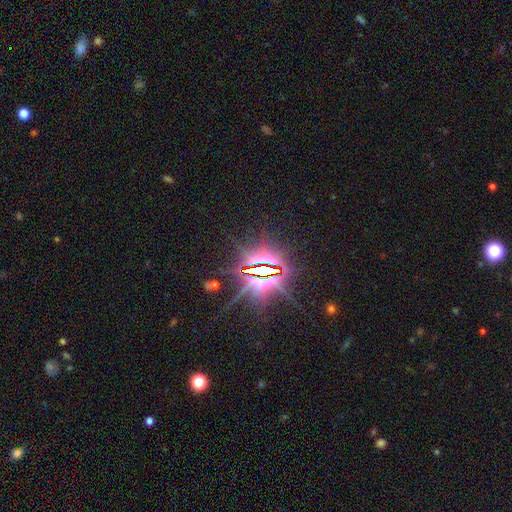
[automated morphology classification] smooth_or_featured: star or artifact (p=0.85) [alt: featured or disk p=0.08]